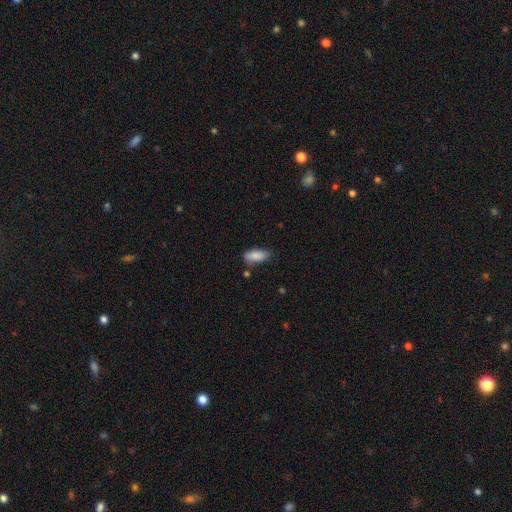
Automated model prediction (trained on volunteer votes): Overall: smooth (87%). How rounded: in between (81%). Merging: none (70%).